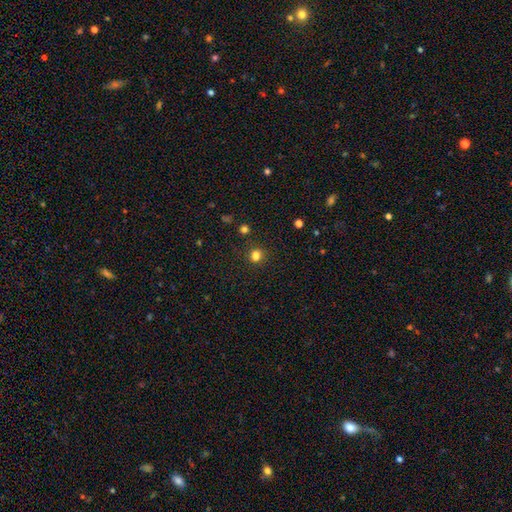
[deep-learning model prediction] This is likely a smooth galaxy (77%). How rounded: likely round (76%). Merging: clearly none (80%).